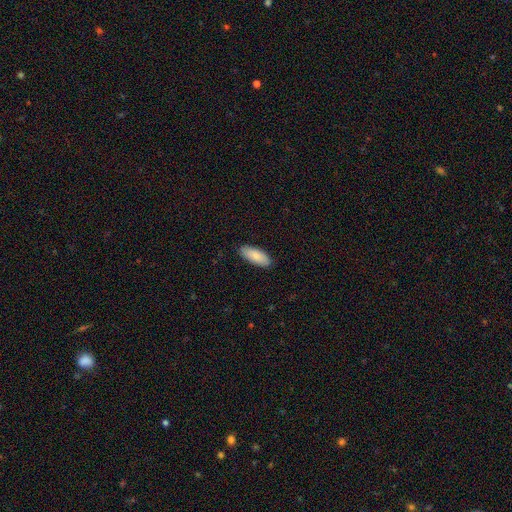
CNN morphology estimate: Overall: smooth (87%). How rounded: in between (79%). Merging: none (89%).